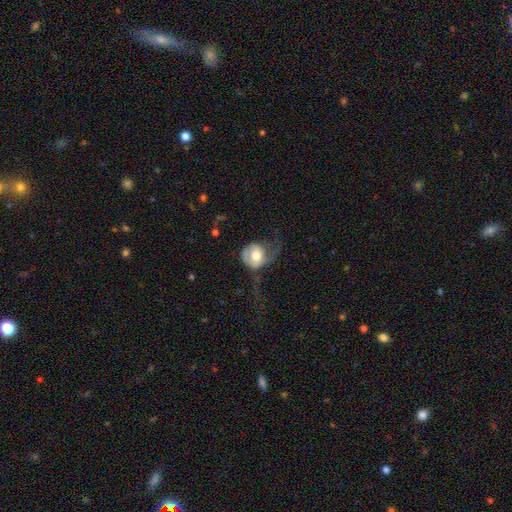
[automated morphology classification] The model was most divided on "smooth or featured": smooth: 55%, featured or disk: 38%, star or artifact: 7%. More confident: how rounded — round (74%); merging — major disturbance (53%).